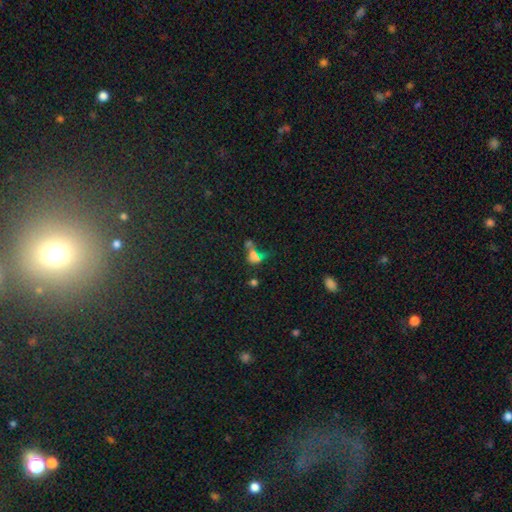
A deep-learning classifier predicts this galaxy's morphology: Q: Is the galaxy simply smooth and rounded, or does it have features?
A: smooth — 56%.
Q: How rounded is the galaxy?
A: in between — 64%.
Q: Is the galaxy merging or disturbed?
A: merger — 46%.